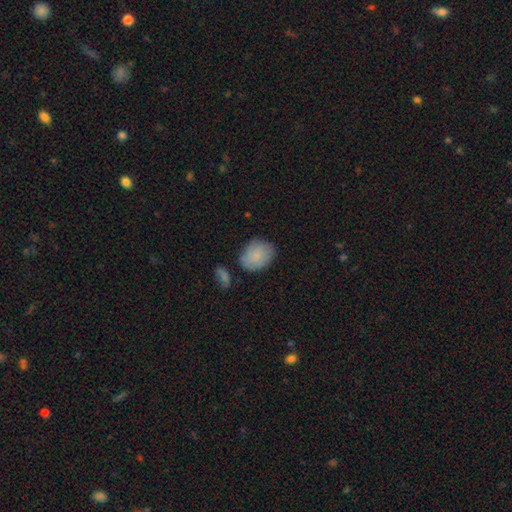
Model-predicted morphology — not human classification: Smooth or featured? Predicted: smooth (p=0.80). How rounded? Predicted: in between (p=0.55). Merging? Predicted: none (p=0.68).